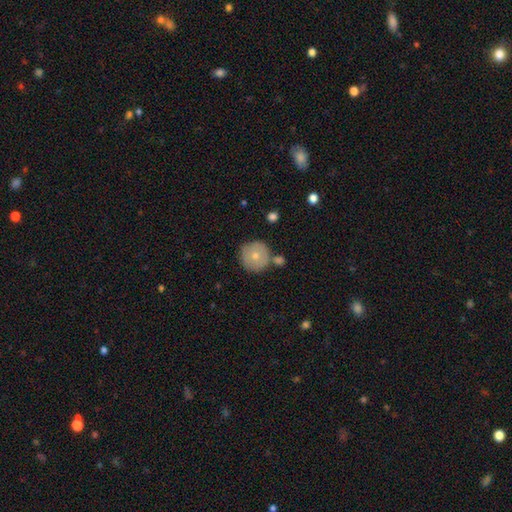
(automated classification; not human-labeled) A smooth galaxy with no disk features (70%) that is round (95%).

Vote fractions:
- Smooth or featured? smooth: 70% / featured or disk: 23% / star or artifact: 7%
- How rounded? round: 95% / in between: 4% / cigar-shaped: 1%
- Merging? none: 71% / minor disturbance: 13% / merger: 12% / major disturbance: 4%